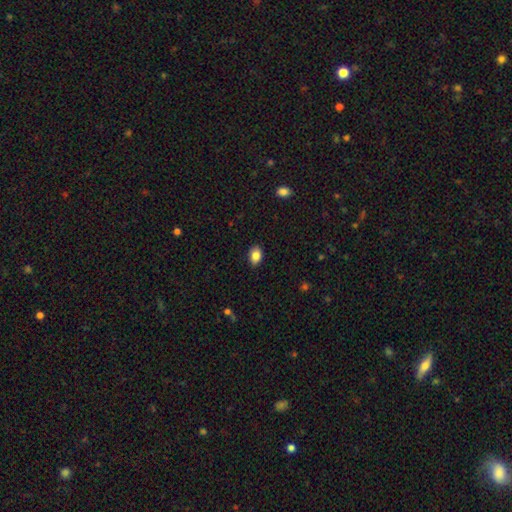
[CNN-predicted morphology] Smooth or featured? smooth (85%)
How rounded? in between (80%)
Merging? none (85%)